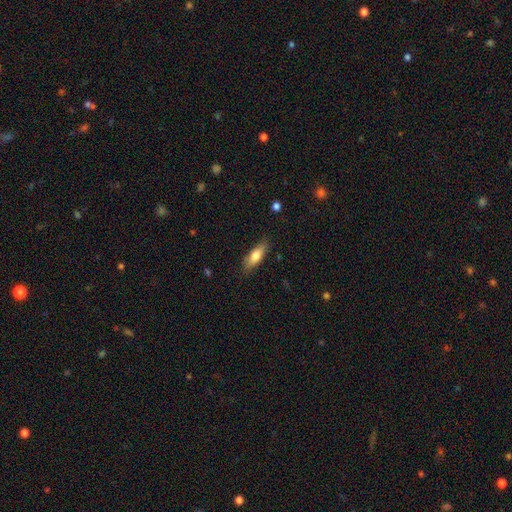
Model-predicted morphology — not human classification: The model was most divided on "how rounded": in between: 58%, cigar-shaped: 39%, round: 2%. More confident: merging — none (83%); smooth or featured — smooth (72%).